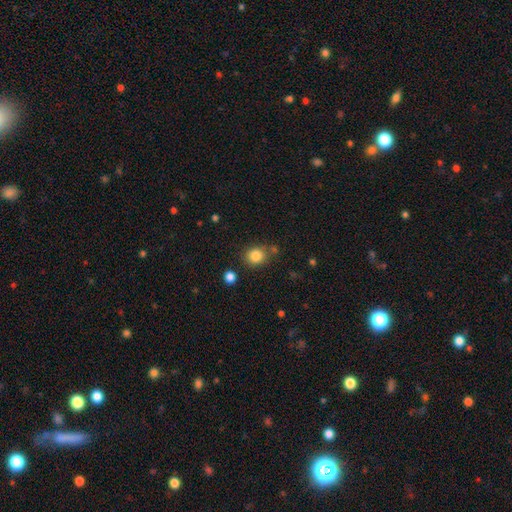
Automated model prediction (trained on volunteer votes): Smooth or featured: smooth — 84% (star or artifact — 11%)
How rounded: round — 74% (in between — 25%)
Merging: none — 72% (minor disturbance — 14%)